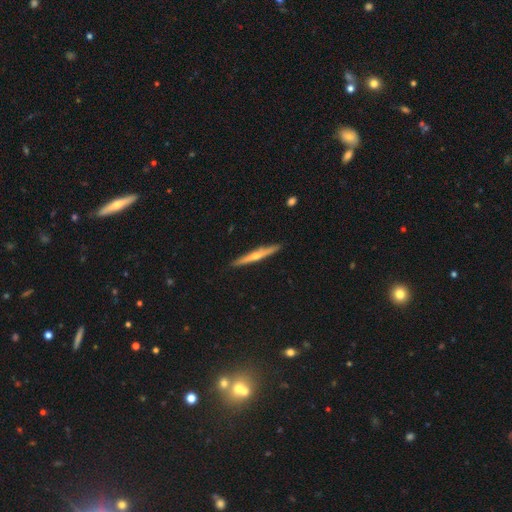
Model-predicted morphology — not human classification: The model was most divided on "smooth or featured": featured or disk: 64%, smooth: 30%, star or artifact: 6%. More confident: edge-on disk — yes (97%); merging — none (91%); edge-on bulge — rounded (81%).